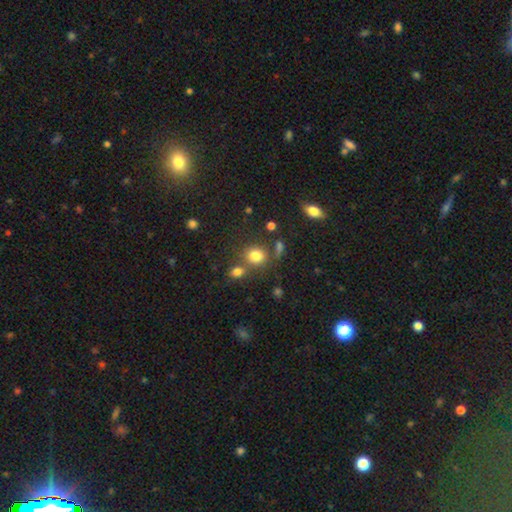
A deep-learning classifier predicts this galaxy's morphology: type=smooth (79%); roundness=round (75%); merging=none (65%).